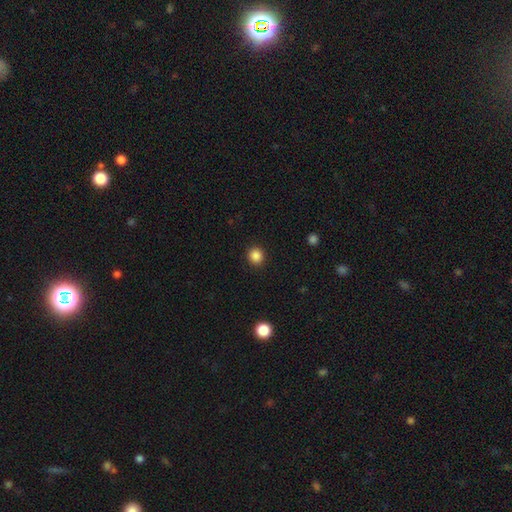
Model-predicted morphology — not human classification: Smooth or featured?
  - smooth: 87% *
  - star or artifact: 11%
  - featured or disk: 3%
How rounded?
  - round: 89% *
  - in between: 10%
  - cigar-shaped: 1%
Merging?
  - none: 92% *
  - minor disturbance: 5%
  - major disturbance: 2%
  - merger: 1%